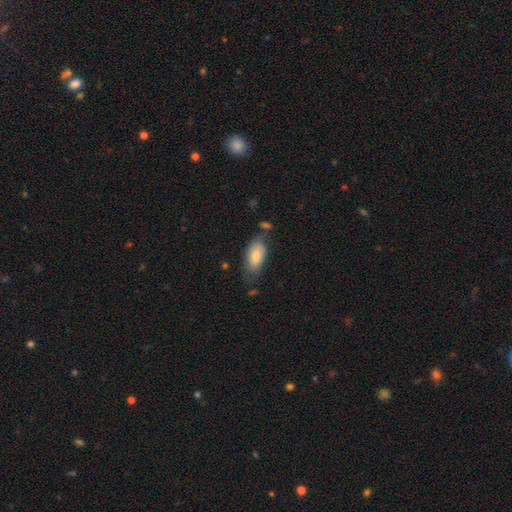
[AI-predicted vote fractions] A smooth galaxy with no disk features (77%) that is in between round and cigar-shaped (90%).

Vote fractions:
- Smooth or featured? smooth: 77% / featured or disk: 16% / star or artifact: 7%
- How rounded? in between: 90% / cigar-shaped: 7% / round: 3%
- Merging? none: 62% / minor disturbance: 24% / merger: 7% / major disturbance: 6%